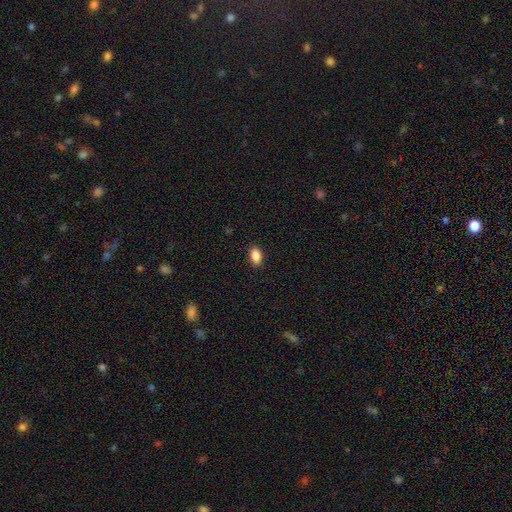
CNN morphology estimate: A smooth galaxy with no disk features (89%) that is in between round and cigar-shaped (90%).

Vote fractions:
- Smooth or featured? smooth: 89% / star or artifact: 8% / featured or disk: 3%
- How rounded? in between: 90% / round: 8% / cigar-shaped: 2%
- Merging? none: 89% / minor disturbance: 8% / major disturbance: 2% / merger: 1%